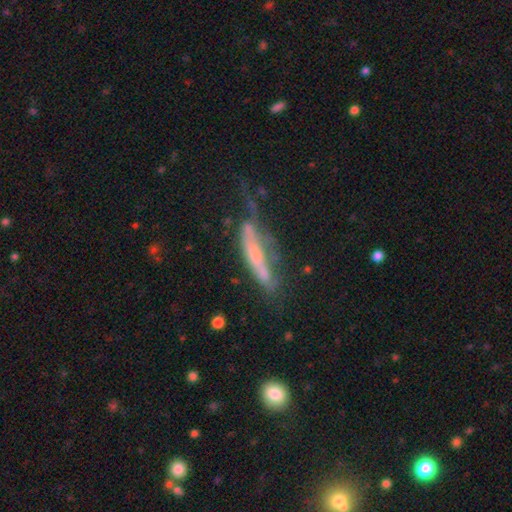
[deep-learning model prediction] Smooth or featured? featured or disk (49%)
Merging? none (33%)